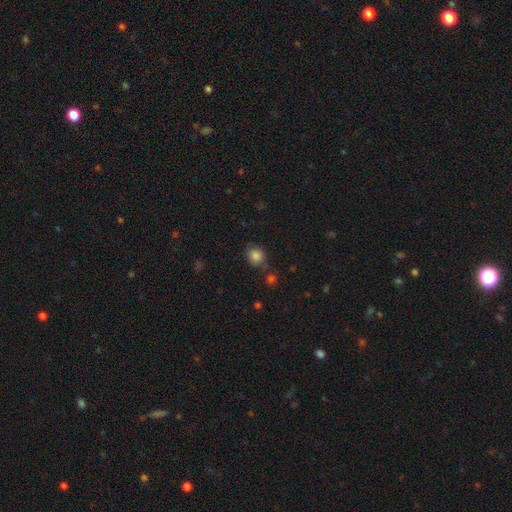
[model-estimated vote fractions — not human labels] A smooth galaxy with no disk features (85%) that is round (69%). Merging: none (73%).